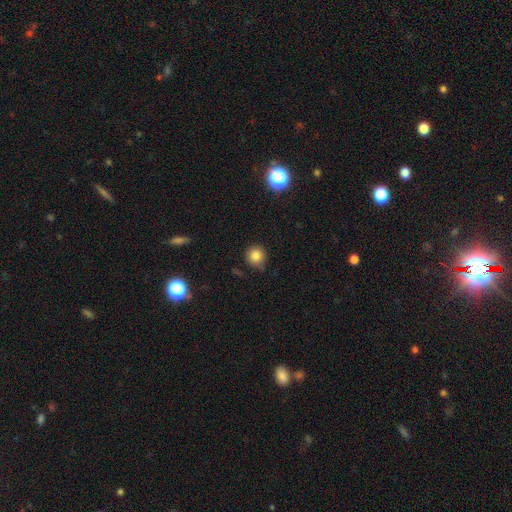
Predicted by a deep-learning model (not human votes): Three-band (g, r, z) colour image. It shows a smooth galaxy with no disk features (83%) that is round (92%). Merging: none (80%).